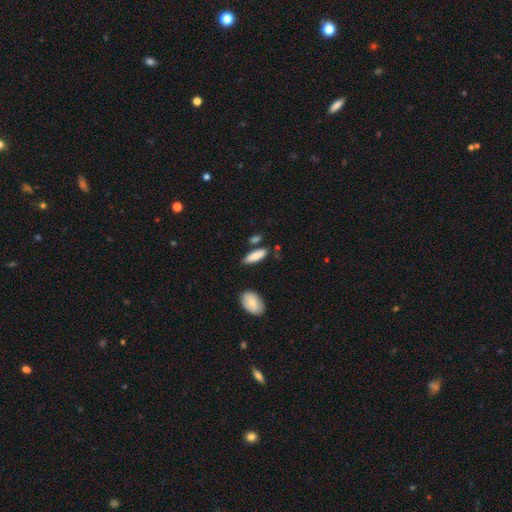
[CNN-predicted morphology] Smooth or featured?
  - smooth: 84% *
  - featured or disk: 10%
  - star or artifact: 6%
How rounded?
  - in between: 56% *
  - cigar-shaped: 42%
  - round: 2%
Merging?
  - none: 74% *
  - minor disturbance: 16%
  - merger: 7%
  - major disturbance: 4%